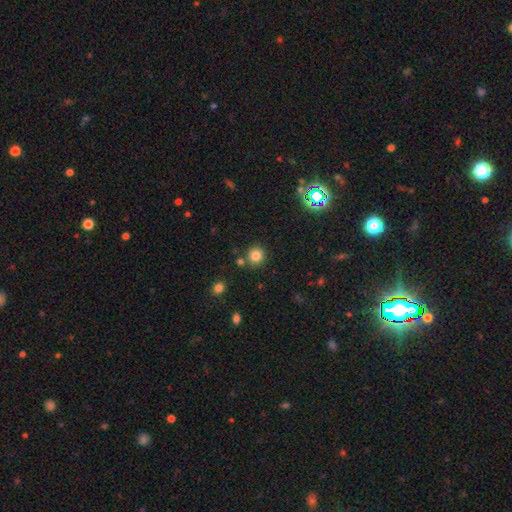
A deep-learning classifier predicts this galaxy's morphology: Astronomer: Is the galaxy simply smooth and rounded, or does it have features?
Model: smooth — 82%.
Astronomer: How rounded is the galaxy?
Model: round — 93%.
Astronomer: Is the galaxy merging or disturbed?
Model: none — 83%.